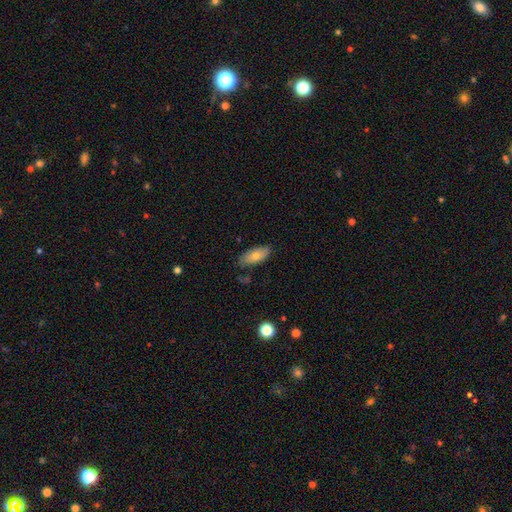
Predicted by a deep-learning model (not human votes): This is likely a smooth galaxy (74%). How rounded: clearly in between (86%). Merging: likely none (79%).